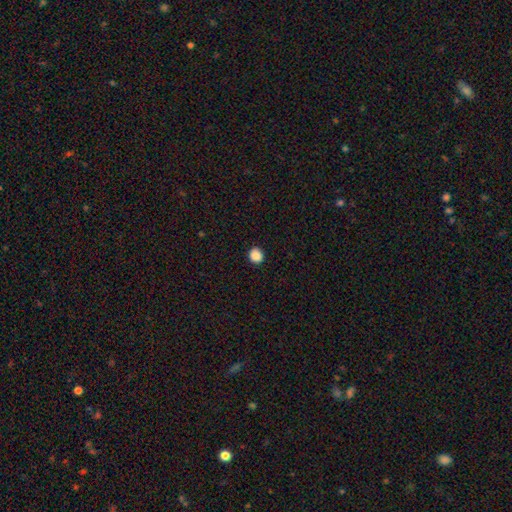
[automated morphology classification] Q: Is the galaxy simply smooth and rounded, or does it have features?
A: smooth — 88%.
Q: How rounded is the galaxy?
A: round — 87%.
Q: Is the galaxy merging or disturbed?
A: none — 91%.